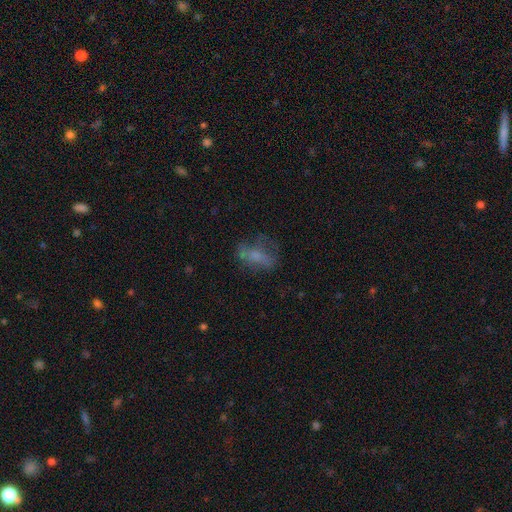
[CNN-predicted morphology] smooth 52%, featured or disk 35%, star or artifact 14%. Down the decision tree: how rounded — in between (74%); merging — none (50%).